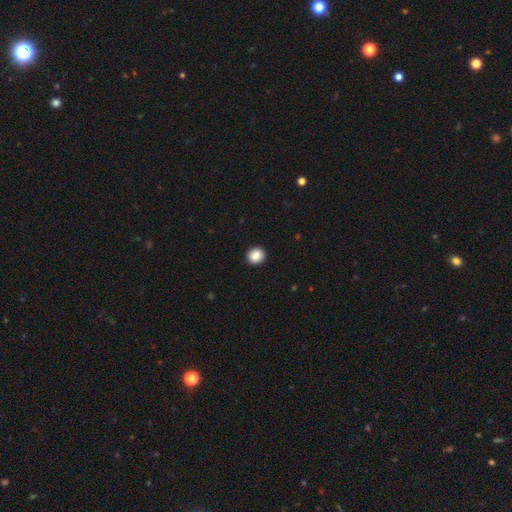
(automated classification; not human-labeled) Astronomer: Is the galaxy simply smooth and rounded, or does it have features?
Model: smooth — 88%.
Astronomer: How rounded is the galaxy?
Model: round — 85%.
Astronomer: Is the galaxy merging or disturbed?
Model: none — 93%.